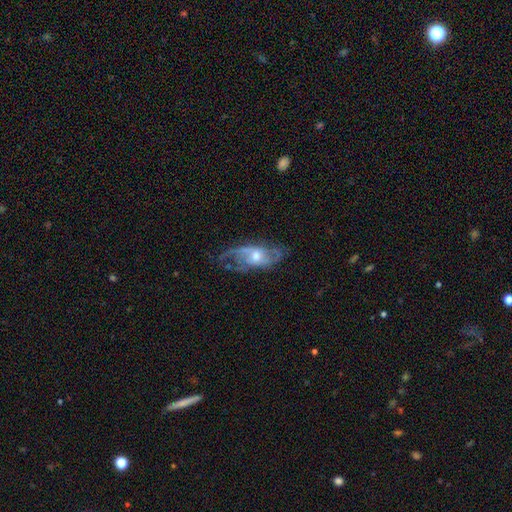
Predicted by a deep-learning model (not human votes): Smooth or featured? featured or disk (77%)
Edge-on disk? no (89%)
Bar? no (59%)
Spiral arms? yes (84%)
Spiral winding? loose (41%)
Spiral arm count? 2 (53%)
Bulge size? moderate (64%)
Merging? none (53%)